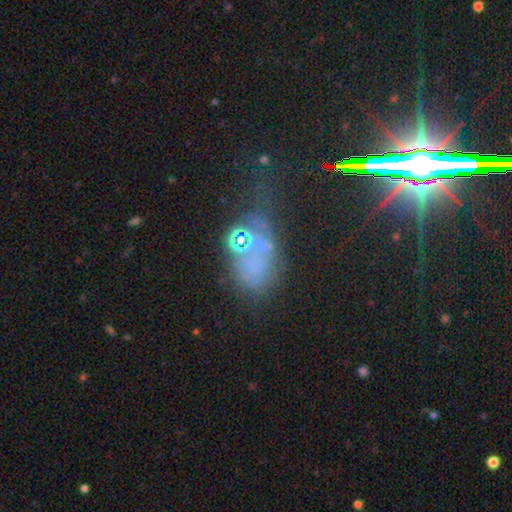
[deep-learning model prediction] Q: Smooth or featured?
A: star or artifact (44%); runner-up: smooth (34%)